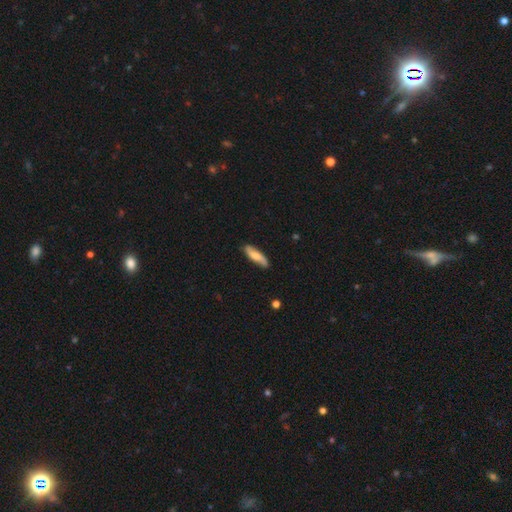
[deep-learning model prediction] smooth 53%, featured or disk 42%, star or artifact 6%. Down the decision tree: how rounded — cigar-shaped (58%); merging — none (82%).